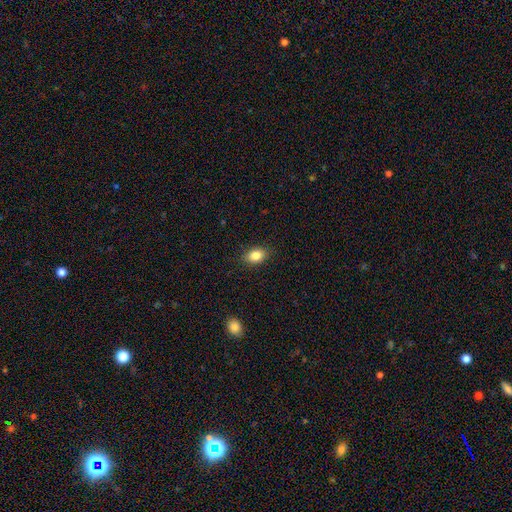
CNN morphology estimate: Smooth or featured?
  - smooth: 85% *
  - star or artifact: 8%
  - featured or disk: 7%
How rounded?
  - in between: 83% *
  - round: 15%
  - cigar-shaped: 2%
Merging?
  - none: 88% *
  - minor disturbance: 9%
  - major disturbance: 2%
  - merger: 1%